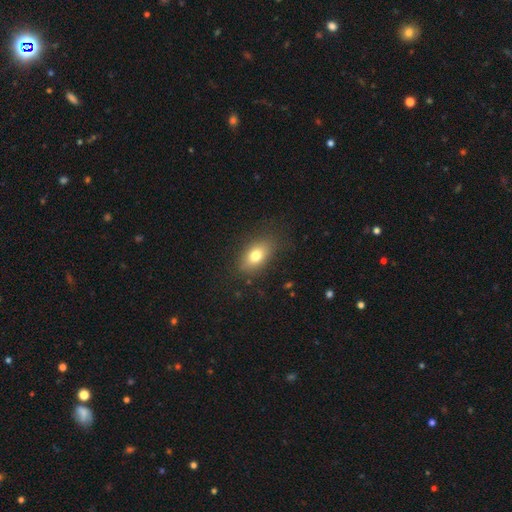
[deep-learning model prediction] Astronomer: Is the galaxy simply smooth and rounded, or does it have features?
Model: smooth — 77%.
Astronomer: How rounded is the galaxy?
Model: in between — 85%.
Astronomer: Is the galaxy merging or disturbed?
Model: none — 81%.